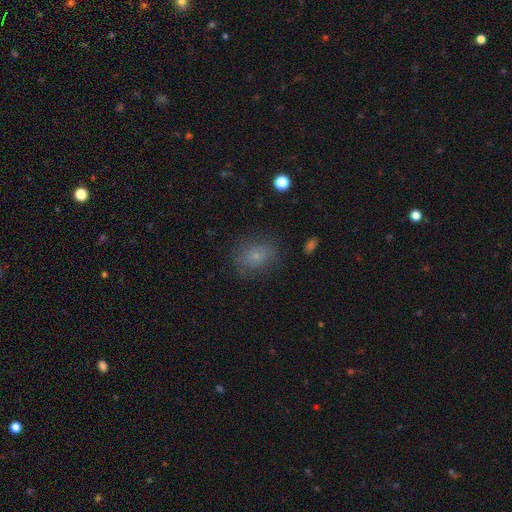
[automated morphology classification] smooth_or_featured: smooth (p=0.70) [alt: featured or disk p=0.16]
how_rounded: in between (p=0.49) [tied with: round p=0.49]
merging: none (p=0.71) [alt: minor disturbance p=0.18]